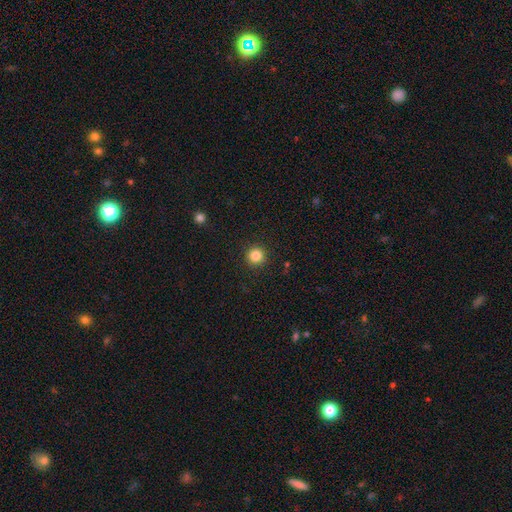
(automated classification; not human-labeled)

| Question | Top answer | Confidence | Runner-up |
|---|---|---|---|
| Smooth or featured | smooth | 83% | star or artifact (12%) |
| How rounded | round | 95% | in between (4%) |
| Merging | none | 92% | minor disturbance (5%) |